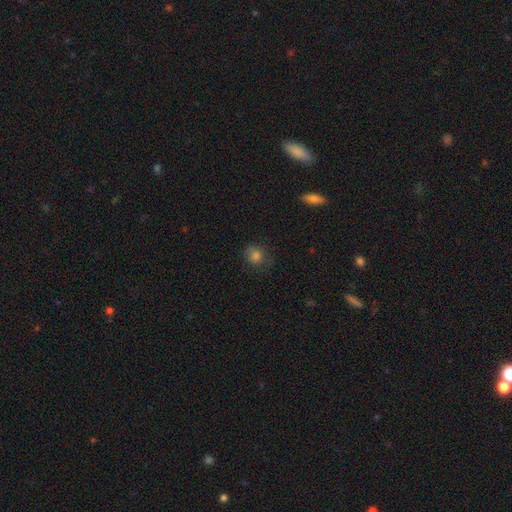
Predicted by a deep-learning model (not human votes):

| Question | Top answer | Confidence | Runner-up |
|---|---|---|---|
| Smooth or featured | smooth | 78% | star or artifact (14%) |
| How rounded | round | 64% | in between (35%) |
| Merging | none | 70% | minor disturbance (21%) |